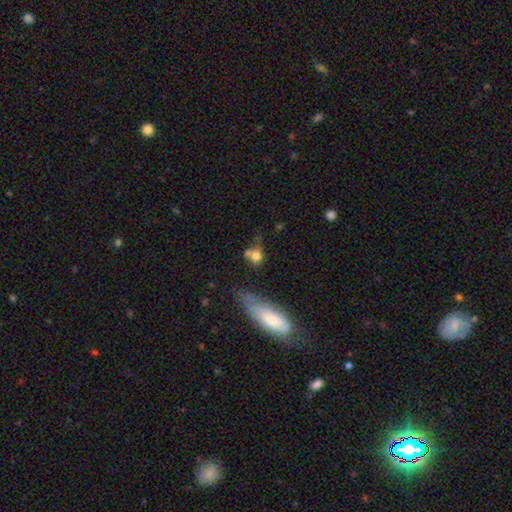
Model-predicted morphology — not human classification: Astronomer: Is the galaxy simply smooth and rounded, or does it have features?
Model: smooth — 74%.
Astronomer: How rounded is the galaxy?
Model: round — 65%.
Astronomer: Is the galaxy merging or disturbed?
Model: none — 42% (runner-up: merger, 31%).